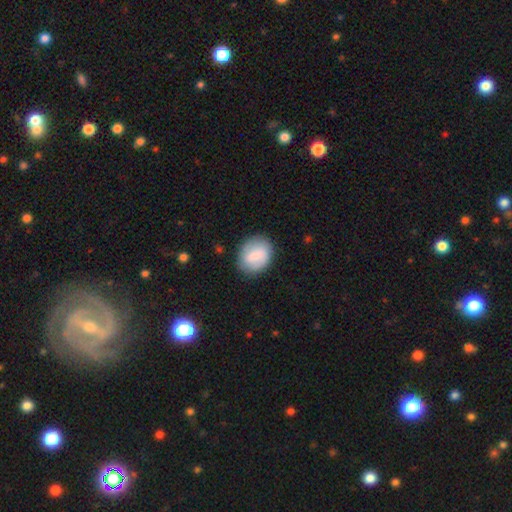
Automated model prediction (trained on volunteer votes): The model was most divided on "how rounded": round: 54%, in between: 45%, cigar-shaped: 1%. More confident: merging — none (81%); smooth or featured — smooth (71%).